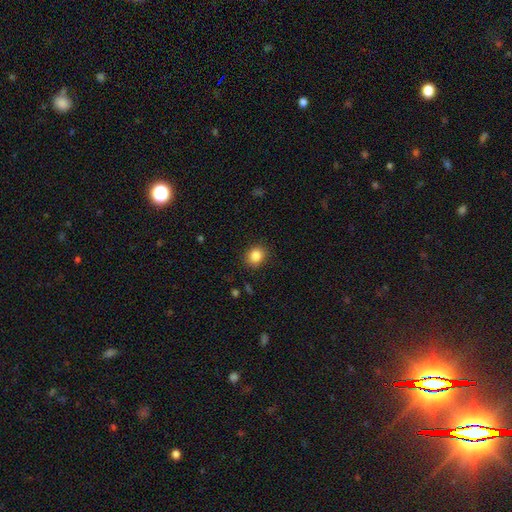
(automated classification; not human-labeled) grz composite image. It shows a smooth galaxy with no disk features (86%) that is round (66%). Merging: none (86%).